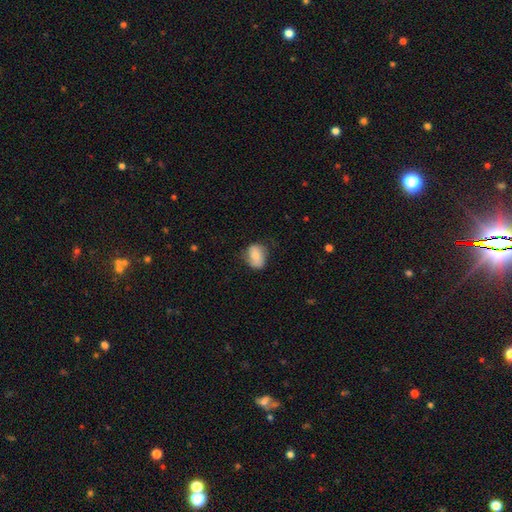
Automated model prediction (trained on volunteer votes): A smooth galaxy with no disk features (70%) that is in between round and cigar-shaped (61%). Merging: none (64%).